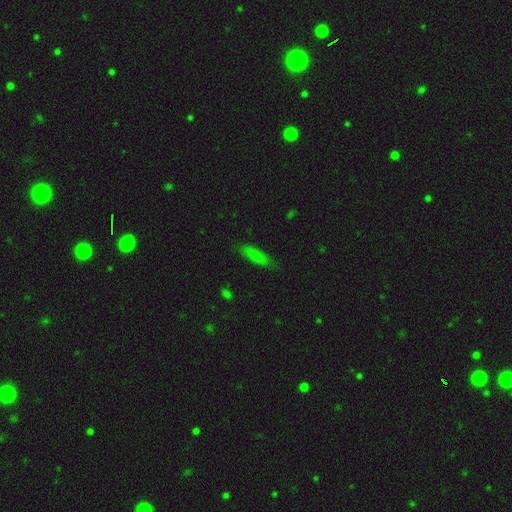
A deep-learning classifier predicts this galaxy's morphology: This appears to be a smooth galaxy with no disk features (79%) that is cigar-shaped (51%). Merging: none (80%).